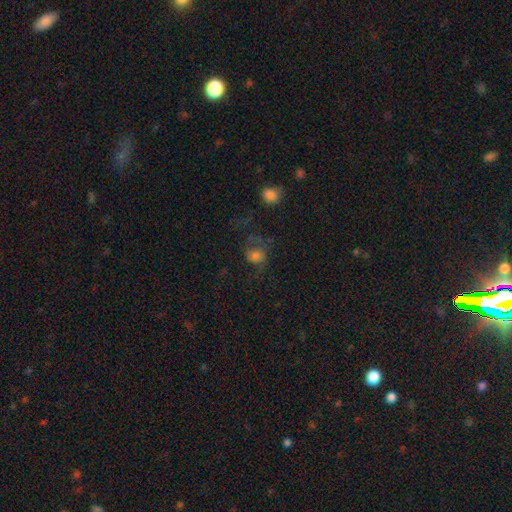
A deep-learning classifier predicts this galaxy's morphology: smooth-or-featured: smooth: 56% | featured or disk: 28% | star or artifact: 16%
  how-rounded: round: 68% | in between: 31% | cigar-shaped: 1%
  merging: none: 39% | major disturbance: 38% | minor disturbance: 19% | merger: 4%